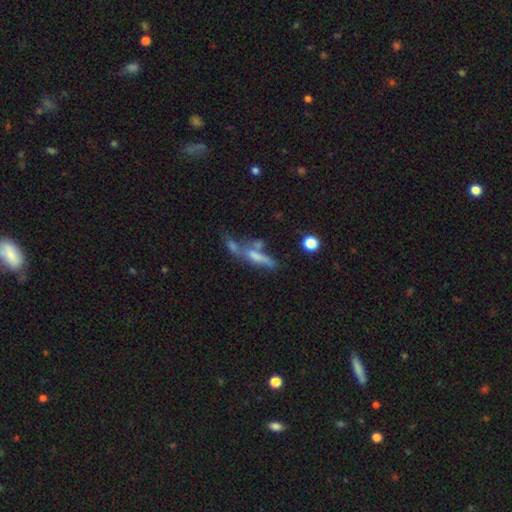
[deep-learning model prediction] A smooth galaxy with no disk features (49%). Merging: merger (43%).